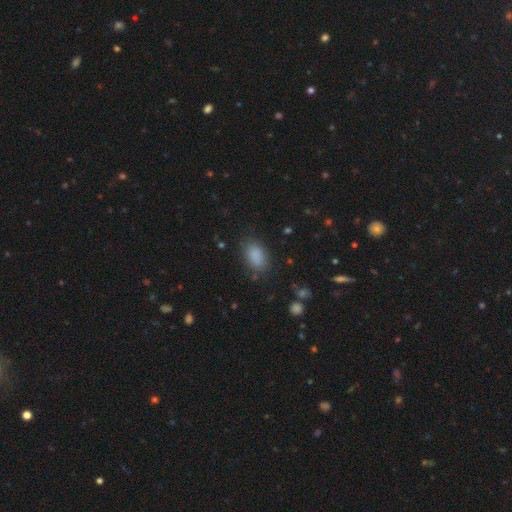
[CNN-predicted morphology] A smooth galaxy with no disk features (86%) that is in between round and cigar-shaped (89%). Merging: none (79%).